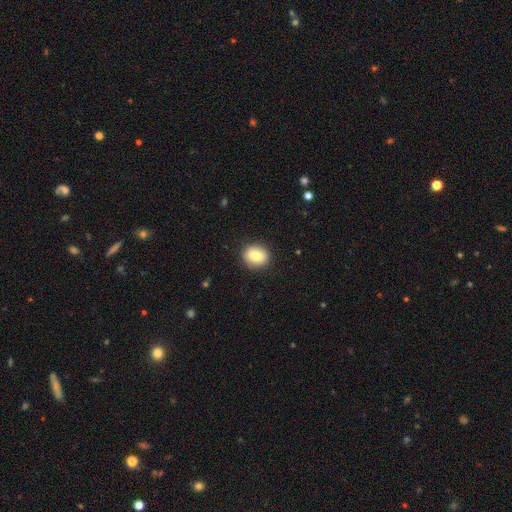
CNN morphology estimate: type=smooth (78%); roundness=round (64%); merging=none (89%).